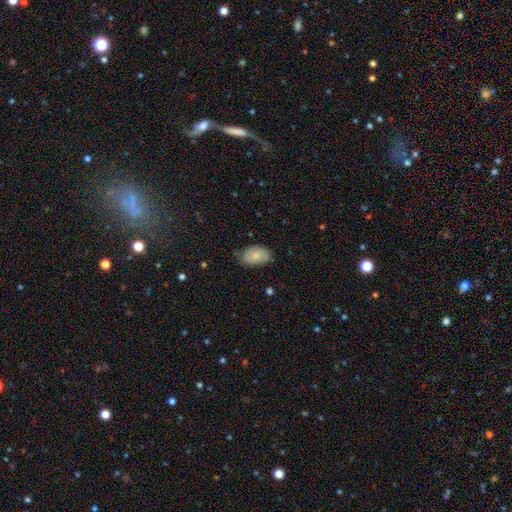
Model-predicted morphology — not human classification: Overall: smooth (80%). How rounded: in between (90%). Merging: none (72%).